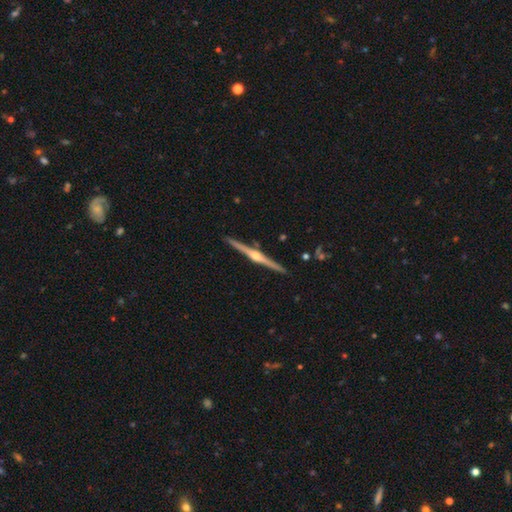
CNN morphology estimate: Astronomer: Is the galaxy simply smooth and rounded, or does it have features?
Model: featured or disk — 87%.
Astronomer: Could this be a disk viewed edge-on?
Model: yes — 99%.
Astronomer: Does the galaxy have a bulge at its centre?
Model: rounded — 92%.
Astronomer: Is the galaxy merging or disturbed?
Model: none — 92%.